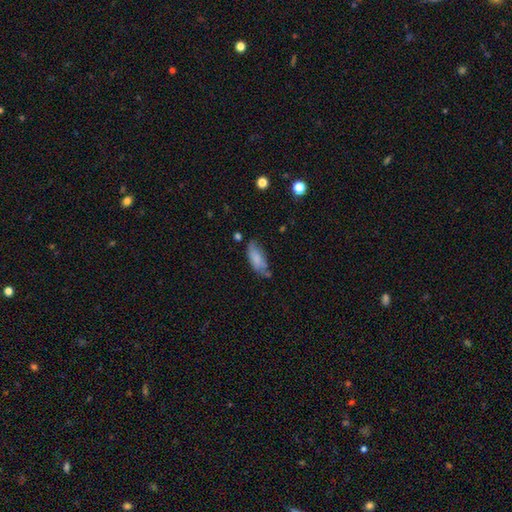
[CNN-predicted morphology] Q: Smooth or featured?
A: smooth (77%); runner-up: featured or disk (16%)
Q: How rounded?
A: in between (75%); runner-up: cigar-shaped (23%)
Q: Merging?
A: none (57%); runner-up: minor disturbance (30%)